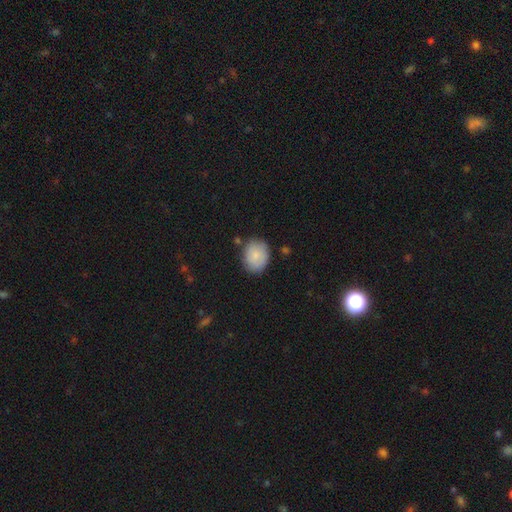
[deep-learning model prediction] Overall: smooth (81%). How rounded: in between (52%; round 47%). Merging: none (77%).